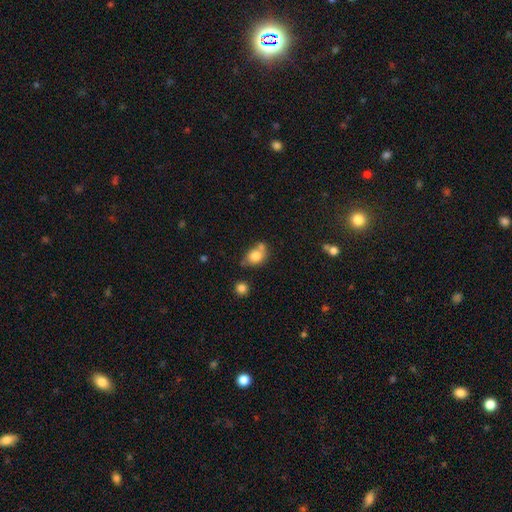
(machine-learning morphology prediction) smooth-or-featured: smooth: 79% | featured or disk: 11% | star or artifact: 10%
  how-rounded: round: 51% | in between: 47% | cigar-shaped: 1%
  merging: none: 46% | merger: 32% | minor disturbance: 17% | major disturbance: 6%